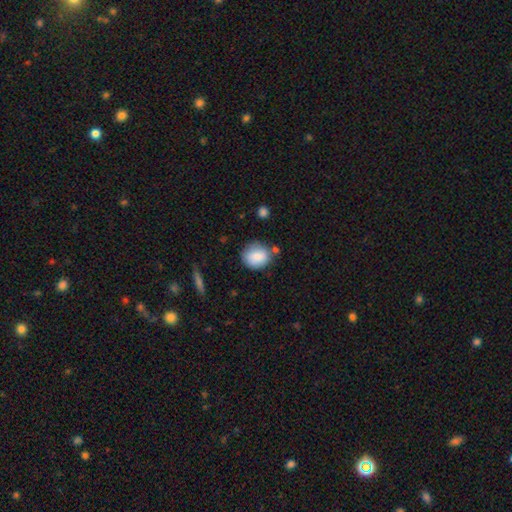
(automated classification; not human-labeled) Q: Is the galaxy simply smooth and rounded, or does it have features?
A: smooth — 84%.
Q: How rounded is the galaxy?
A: round — 73%.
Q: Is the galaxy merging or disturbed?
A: none — 69%.